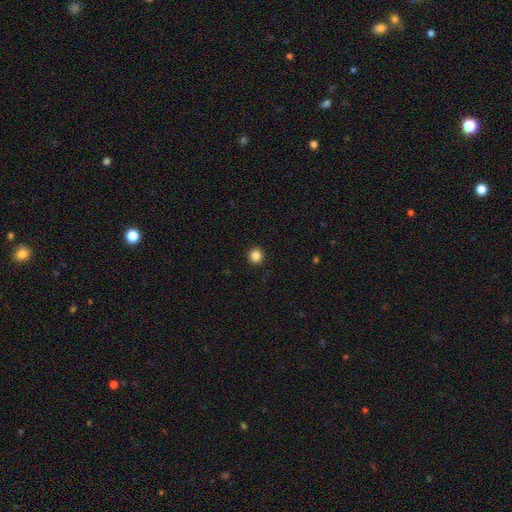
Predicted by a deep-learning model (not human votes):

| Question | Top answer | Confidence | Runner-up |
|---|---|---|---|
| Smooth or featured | smooth | 86% | star or artifact (11%) |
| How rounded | round | 93% | in between (6%) |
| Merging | none | 93% | minor disturbance (4%) |